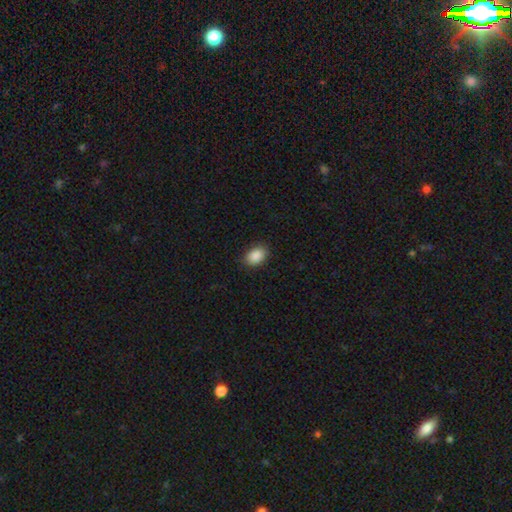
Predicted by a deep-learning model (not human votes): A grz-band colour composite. It shows a smooth galaxy with no disk features (89%) that is in between round and cigar-shaped (83%). Merging: none (88%).